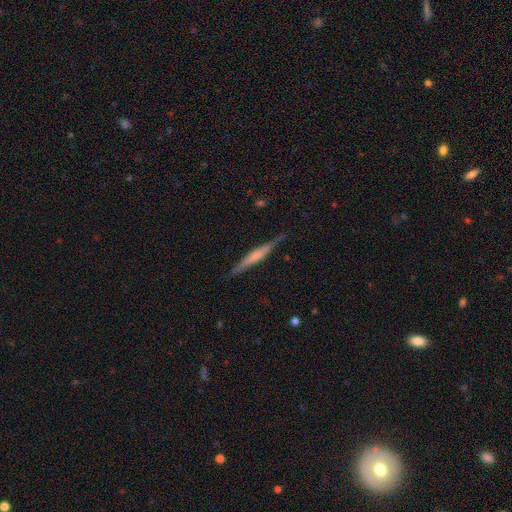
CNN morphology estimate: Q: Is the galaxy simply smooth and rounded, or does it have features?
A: featured or disk — 64%.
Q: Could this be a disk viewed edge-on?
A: yes — 98%.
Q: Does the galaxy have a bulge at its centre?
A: rounded — 39%.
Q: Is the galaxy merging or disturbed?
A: none — 87%.